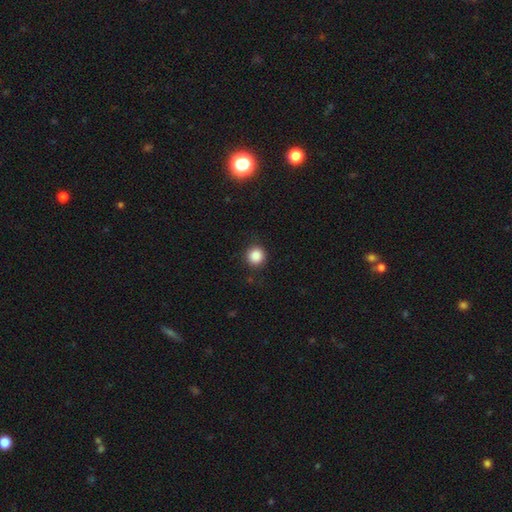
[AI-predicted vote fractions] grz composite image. It shows a smooth galaxy with no disk features (87%) that is round (92%). Merging: none (88%).